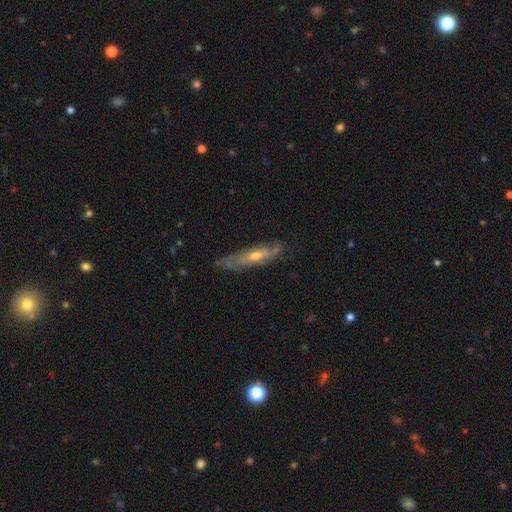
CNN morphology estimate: This is likely a featured or disk galaxy (64%). It is possibly viewed edge-on (56%). Merging: likely none (69%).